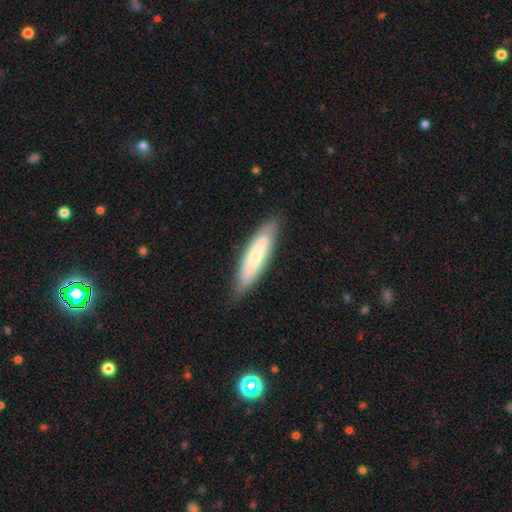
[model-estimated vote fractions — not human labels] This appears to be a smooth galaxy with no disk features (61%) that is cigar-shaped (70%). Merging: none (81%).